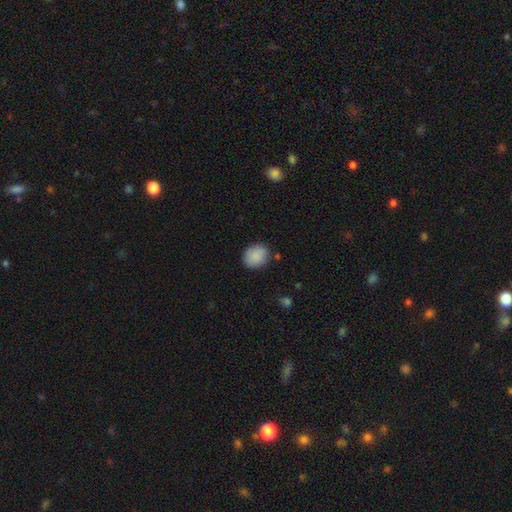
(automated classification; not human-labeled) smooth_or_featured: smooth (p=0.89) [alt: star or artifact p=0.07]
how_rounded: round (p=0.62) [alt: in between p=0.37]
merging: none (p=0.83) [alt: minor disturbance p=0.12]